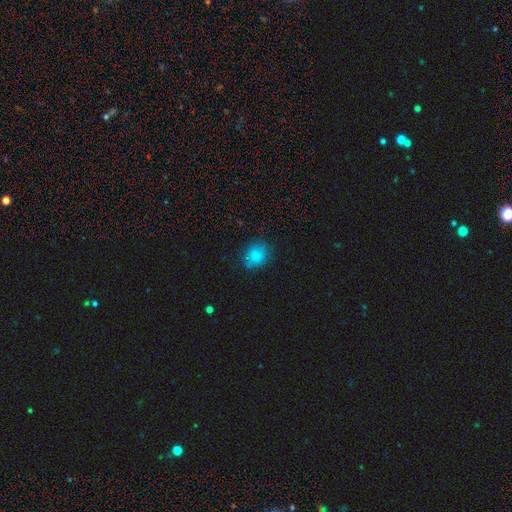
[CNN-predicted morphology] smooth 81%, star or artifact 11%, featured or disk 9%. Down the decision tree: how rounded — round (67%); merging — none (74%).